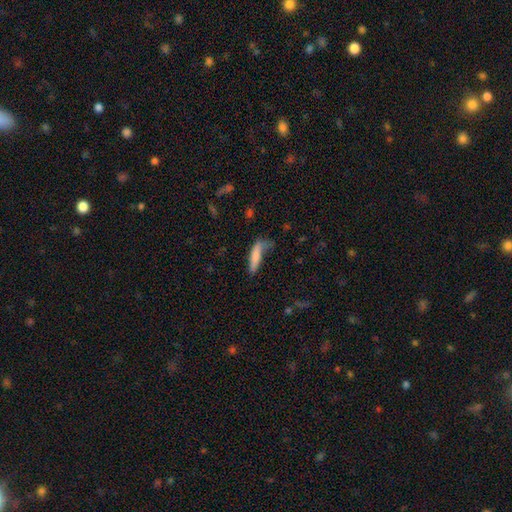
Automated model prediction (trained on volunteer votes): smooth 76%, featured or disk 17%, star or artifact 8%. Down the decision tree: how rounded — cigar-shaped (71%); merging — none (40%).